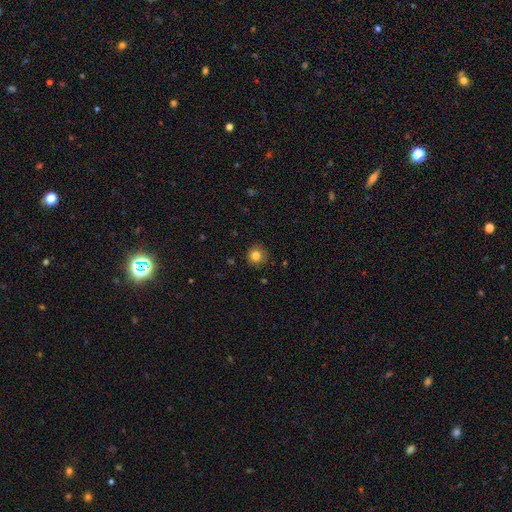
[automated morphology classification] This is clearly a smooth galaxy (82%). How rounded: clearly round (94%). Merging: clearly none (90%).